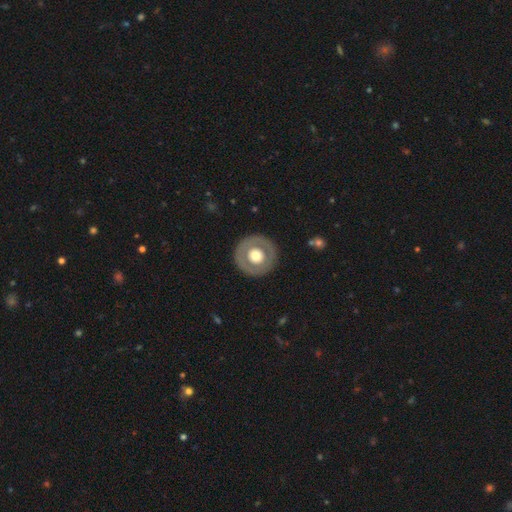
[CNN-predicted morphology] smooth_or_featured: smooth (p=0.49) [alt: featured or disk p=0.45]
merging: none (p=0.88) [alt: minor disturbance p=0.08]